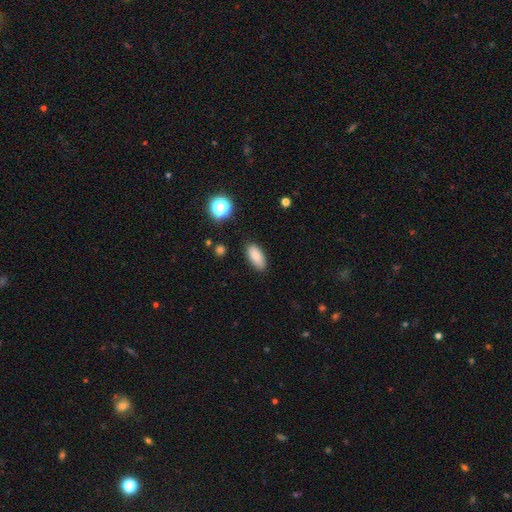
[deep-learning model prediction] Smooth or featured: smooth — 85% (star or artifact — 9%)
How rounded: in between — 86% (cigar-shaped — 10%)
Merging: none — 86% (minor disturbance — 10%)